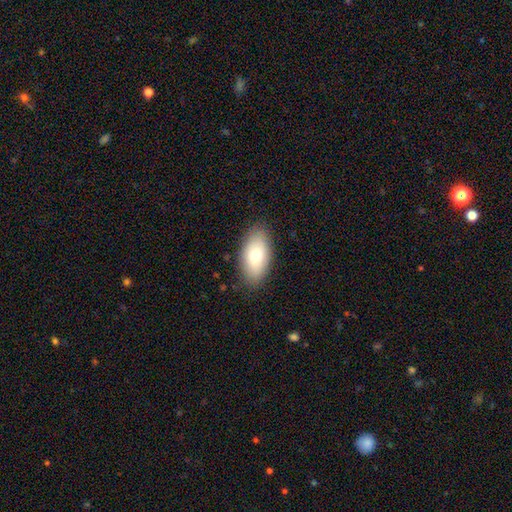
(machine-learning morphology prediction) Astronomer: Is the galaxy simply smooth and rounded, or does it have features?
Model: smooth — 74%.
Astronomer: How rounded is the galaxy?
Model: in between — 92%.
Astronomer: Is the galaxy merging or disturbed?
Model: none — 86%.